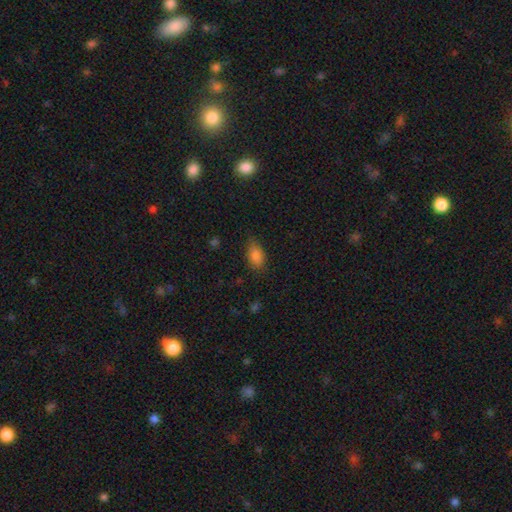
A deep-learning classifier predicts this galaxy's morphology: type=smooth (85%); roundness=in between (89%); merging=none (74%).